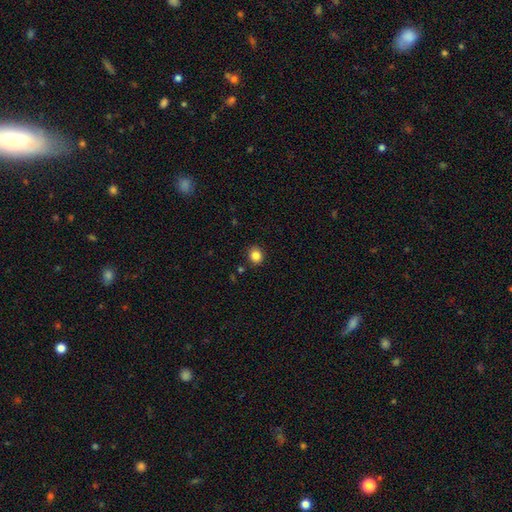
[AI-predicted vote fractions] smooth_or_featured: smooth (p=0.85) [alt: star or artifact p=0.11]
how_rounded: round (p=0.79) [alt: in between p=0.21]
merging: none (p=0.89) [alt: minor disturbance p=0.07]